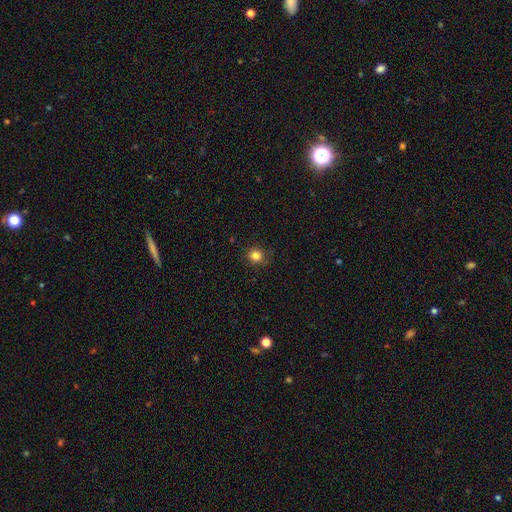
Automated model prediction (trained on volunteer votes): This appears to be a smooth galaxy with no disk features (84%) that is round (88%). Merging: none (88%).